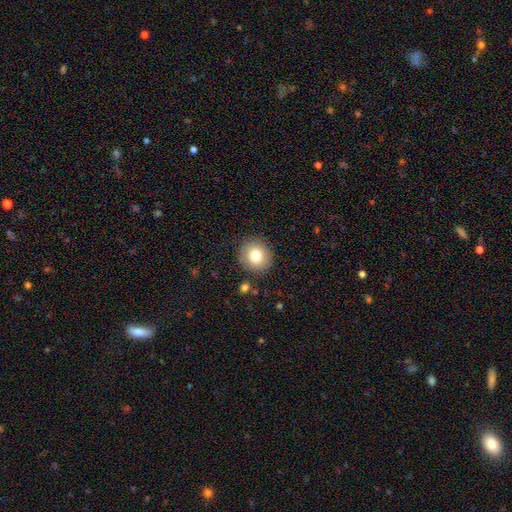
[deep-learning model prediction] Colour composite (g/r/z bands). It shows a smooth galaxy with no disk features (78%) that is round (91%). Merging: none (88%).